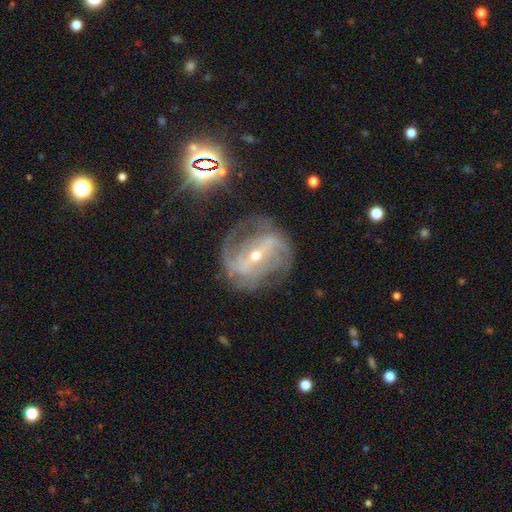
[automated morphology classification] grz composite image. It shows a featured or disk galaxy (87%) with a strong bar (61%), 2 (59%) medium (46%) spiral arms (93%) and a small central bulge (61%). Merging: none (68%).